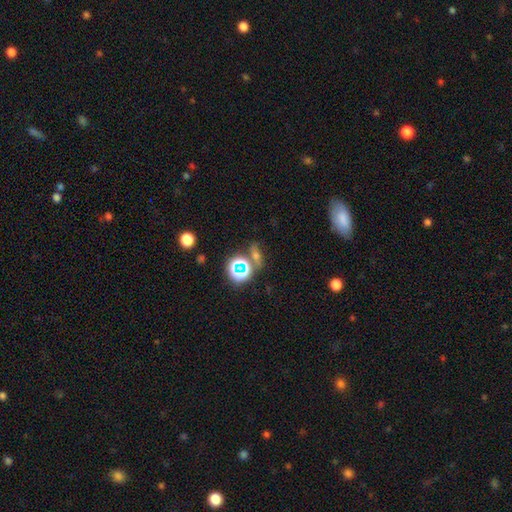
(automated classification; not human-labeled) Q: Smooth or featured?
A: star or artifact (42%); runner-up: smooth (40%)